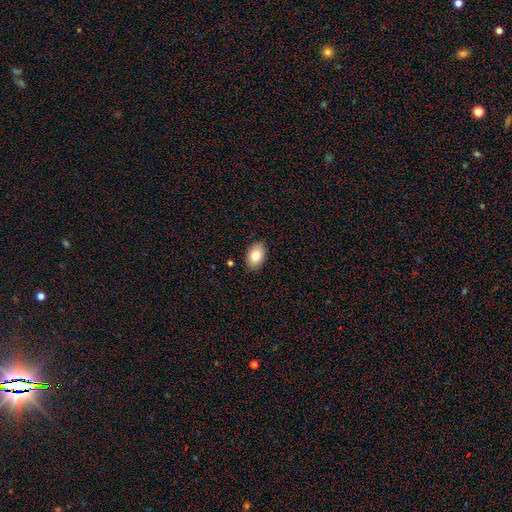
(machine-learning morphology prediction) smooth_or_featured: smooth (p=0.81) [alt: featured or disk p=0.11]
how_rounded: in between (p=0.84) [alt: round p=0.15]
merging: none (p=0.86) [alt: minor disturbance p=0.11]